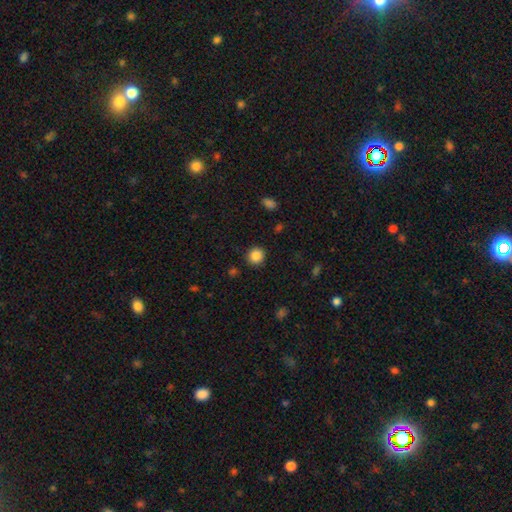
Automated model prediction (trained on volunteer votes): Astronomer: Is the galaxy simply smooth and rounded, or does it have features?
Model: smooth — 87%.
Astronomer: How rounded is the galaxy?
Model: round — 91%.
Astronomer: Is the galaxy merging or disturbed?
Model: none — 91%.